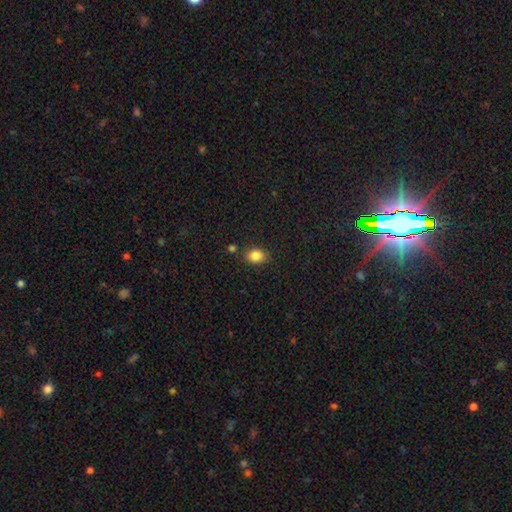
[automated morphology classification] Smooth or featured: smooth — 85% (star or artifact — 10%)
How rounded: in between — 61% (round — 38%)
Merging: none — 82% (minor disturbance — 11%)